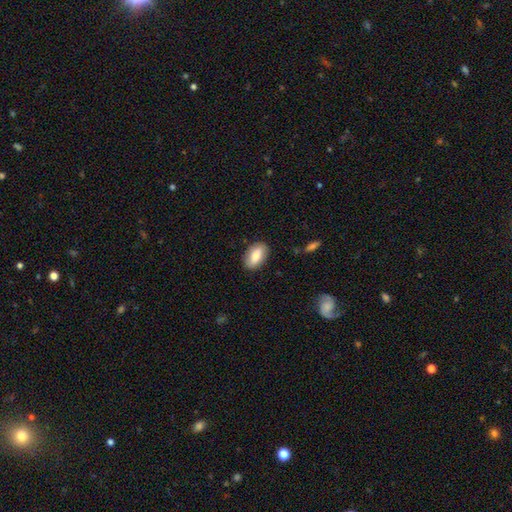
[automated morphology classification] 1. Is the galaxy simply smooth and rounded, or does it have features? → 77% smooth, 16% featured or disk, 7% star or artifact.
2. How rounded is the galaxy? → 91% in between, 6% round, 3% cigar-shaped.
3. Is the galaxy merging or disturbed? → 86% none, 11% minor disturbance, 2% major disturbance, 1% merger.